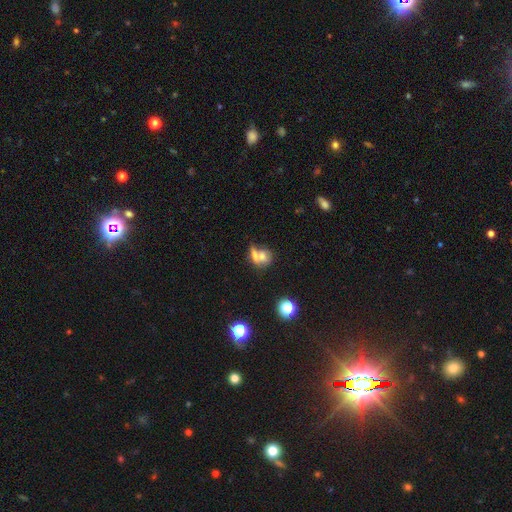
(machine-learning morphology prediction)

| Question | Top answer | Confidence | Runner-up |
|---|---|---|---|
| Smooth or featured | smooth | 64% | featured or disk (22%) |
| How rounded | round | 59% | in between (36%) |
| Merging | merger | 51% | none (33%) |